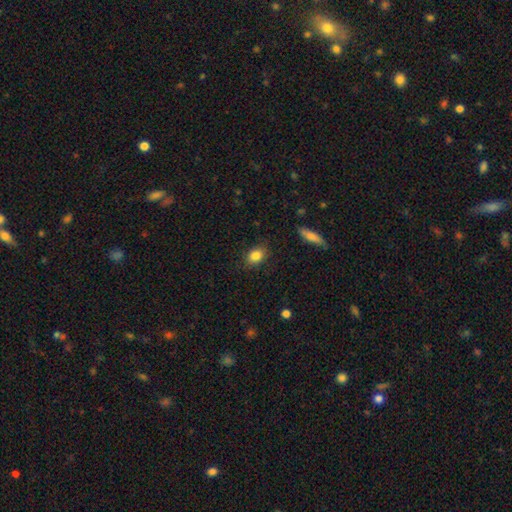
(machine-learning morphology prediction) Smooth or featured?
  - smooth: 85% *
  - star or artifact: 9%
  - featured or disk: 6%
How rounded?
  - in between: 67% *
  - round: 31%
  - cigar-shaped: 2%
Merging?
  - none: 85% *
  - minor disturbance: 11%
  - major disturbance: 3%
  - merger: 1%